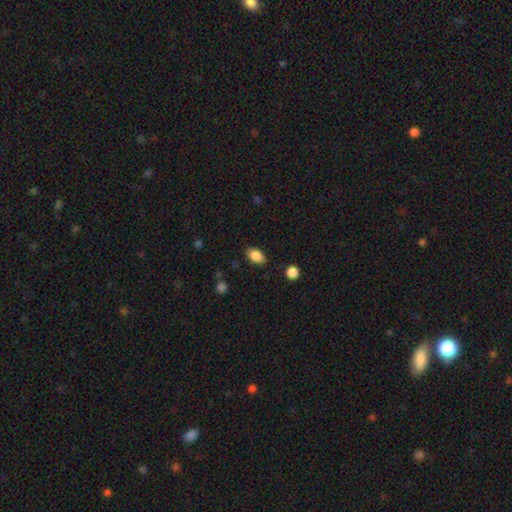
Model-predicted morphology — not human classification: smooth_or_featured: smooth (p=0.87) [alt: star or artifact p=0.08]
how_rounded: in between (p=0.90) [alt: round p=0.09]
merging: none (p=0.84) [alt: minor disturbance p=0.11]